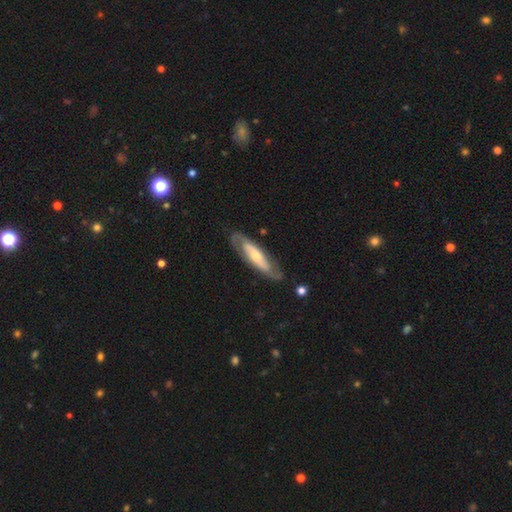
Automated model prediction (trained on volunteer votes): Smooth or featured? featured or disk (68%)
Edge-on disk? no (74%)
Bar? no (58%)
Spiral arms? yes (79%)
Bulge size? small (50%)
Merging? none (76%)